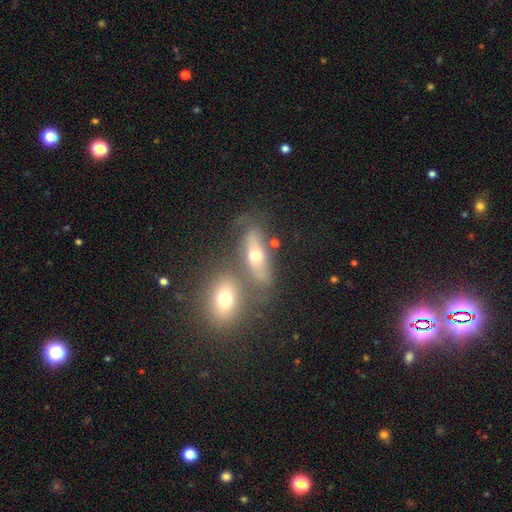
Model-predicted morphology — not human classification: Q: Smooth or featured?
A: featured or disk (45%); runner-up: smooth (42%)
Q: Merging?
A: none (46%); runner-up: merger (36%)